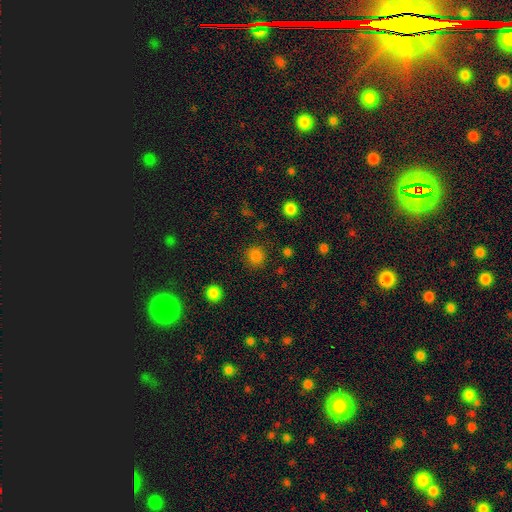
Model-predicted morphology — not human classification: smooth-or-featured: smooth: 83% | star or artifact: 13% | featured or disk: 4%
  how-rounded: round: 92% | in between: 7% | cigar-shaped: 1%
  merging: none: 89% | minor disturbance: 6% | major disturbance: 3% | merger: 2%